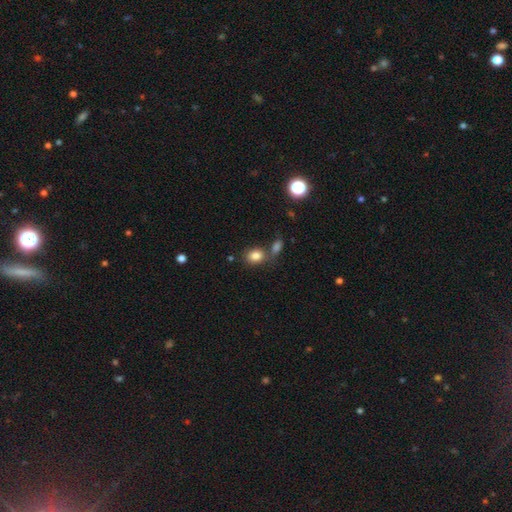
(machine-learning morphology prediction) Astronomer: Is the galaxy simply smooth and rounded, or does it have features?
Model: smooth — 82%.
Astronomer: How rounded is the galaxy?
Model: in between — 57% (runner-up: round, 42%).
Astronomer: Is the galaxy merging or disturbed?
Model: none — 59%.